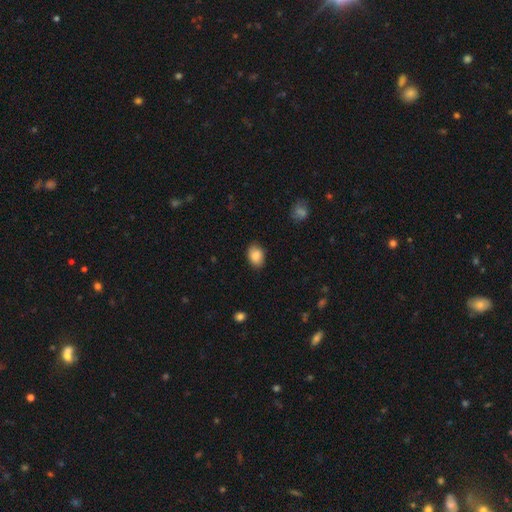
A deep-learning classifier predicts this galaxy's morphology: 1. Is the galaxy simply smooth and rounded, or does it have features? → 87% smooth, 7% star or artifact, 5% featured or disk.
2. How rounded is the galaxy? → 78% in between, 21% round, 1% cigar-shaped.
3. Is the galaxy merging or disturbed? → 83% none, 13% minor disturbance, 3% major disturbance, 1% merger.